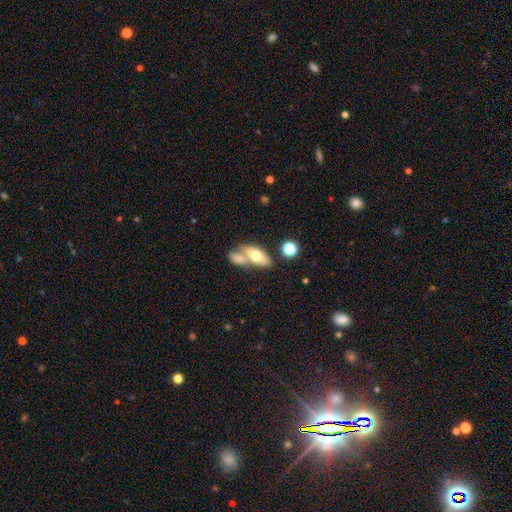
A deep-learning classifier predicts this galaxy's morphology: This appears to be a smooth galaxy with no disk features (66%) that is in between round and cigar-shaped (81%). Merging: merger (48%).